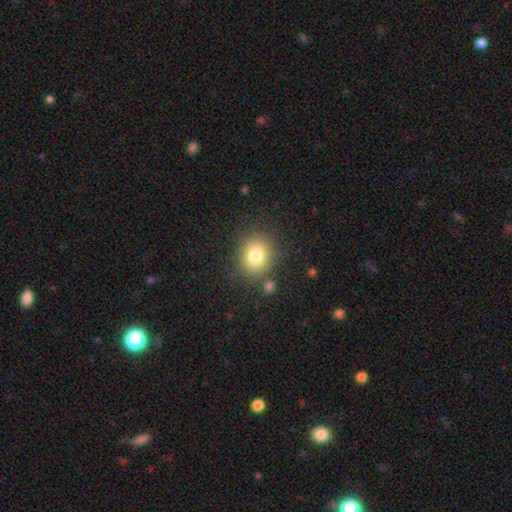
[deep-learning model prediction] Morphology: type=smooth (80%); roundness=round (69%); merging=none (81%).